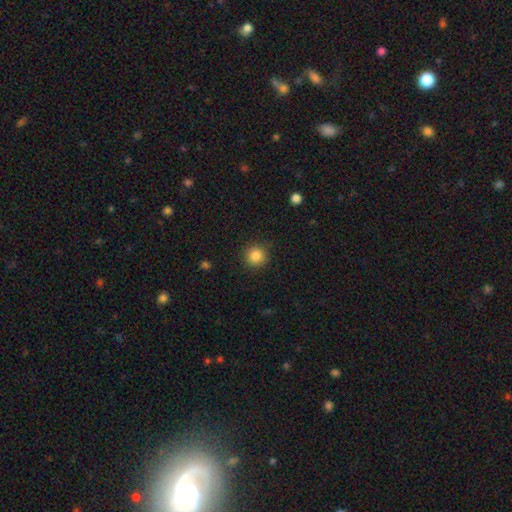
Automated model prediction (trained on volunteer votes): The model was most divided on "smooth or featured": smooth: 85%, star or artifact: 11%, featured or disk: 4%. More confident: how rounded — round (94%); merging — none (90%).